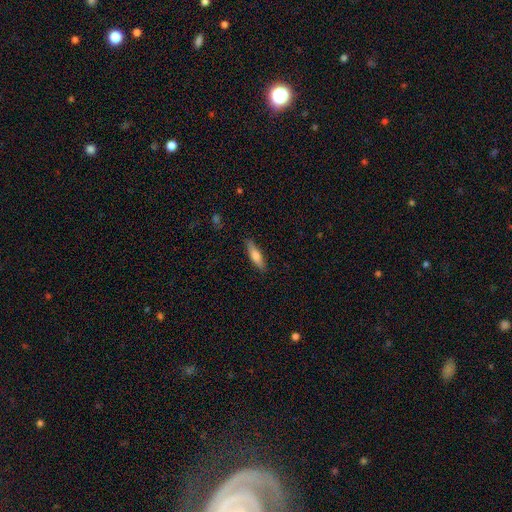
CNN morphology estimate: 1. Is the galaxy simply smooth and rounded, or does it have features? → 61% smooth, 32% featured or disk, 6% star or artifact.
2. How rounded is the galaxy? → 69% cigar-shaped, 29% in between, 2% round.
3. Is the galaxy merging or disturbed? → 87% none, 10% minor disturbance, 2% major disturbance, 1% merger.